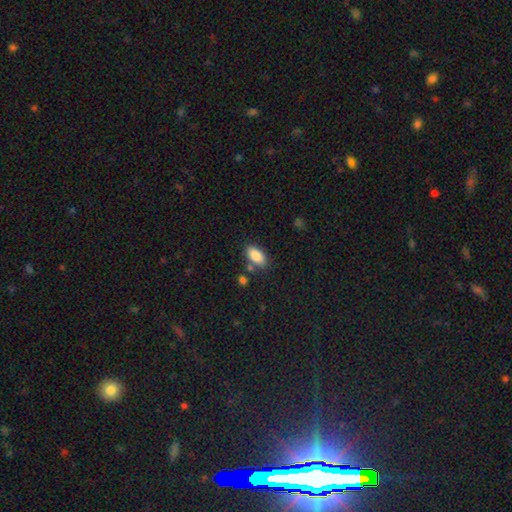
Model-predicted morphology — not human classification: This is clearly a smooth galaxy (87%). How rounded: clearly in between (92%). Merging: likely none (77%).